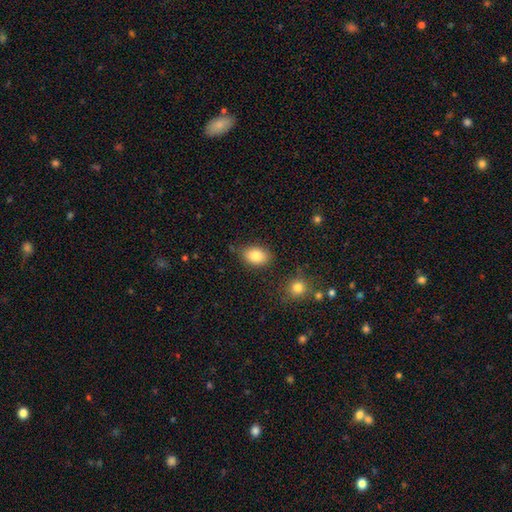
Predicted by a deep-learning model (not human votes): This appears to be a smooth galaxy with no disk features (84%) that is in between round and cigar-shaped (83%). Merging: none (79%).